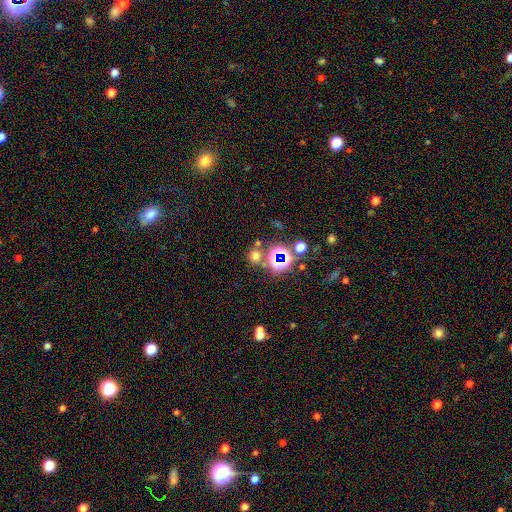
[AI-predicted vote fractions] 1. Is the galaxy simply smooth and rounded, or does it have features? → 55% smooth, 38% star or artifact, 7% featured or disk.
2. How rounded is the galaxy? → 82% round, 17% in between, 1% cigar-shaped.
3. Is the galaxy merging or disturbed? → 72% none, 15% merger, 9% minor disturbance, 5% major disturbance.